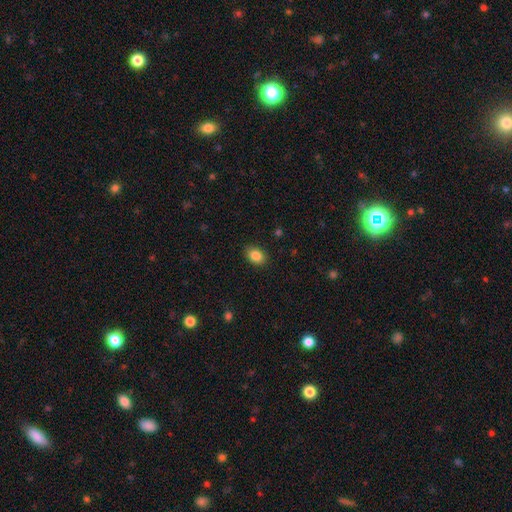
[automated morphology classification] smooth_or_featured: smooth (p=0.86) [alt: star or artifact p=0.09]
how_rounded: in between (p=0.78) [alt: round p=0.21]
merging: none (p=0.88) [alt: minor disturbance p=0.09]